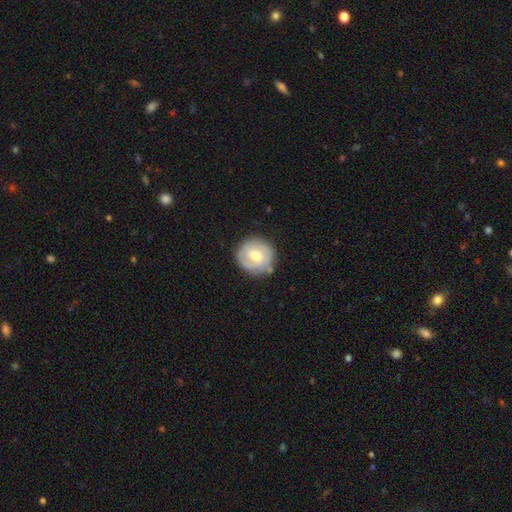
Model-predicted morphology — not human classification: Smooth or featured? Predicted: smooth (p=0.48). Merging? Predicted: none (p=0.79).